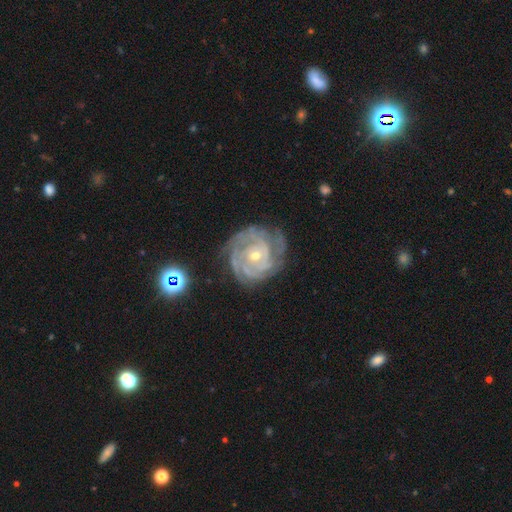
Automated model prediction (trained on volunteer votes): This is clearly a featured or disk galaxy (89%). It is clearly not viewed edge-on (98%). Bar: likely no (69%). Spiral arm pattern: clearly yes (97%). Spiral arm count: marginally 3 (28%). Spiral winding: likely tight (77%). Central bulge: likely small (60%). Merging: likely none (71%).